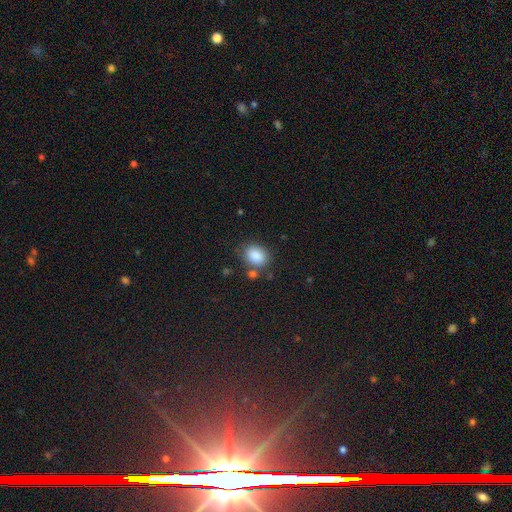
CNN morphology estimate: smooth_or_featured: smooth (p=0.87) [alt: star or artifact p=0.08]
how_rounded: in between (p=0.66) [alt: round p=0.33]
merging: none (p=0.73) [alt: minor disturbance p=0.14]